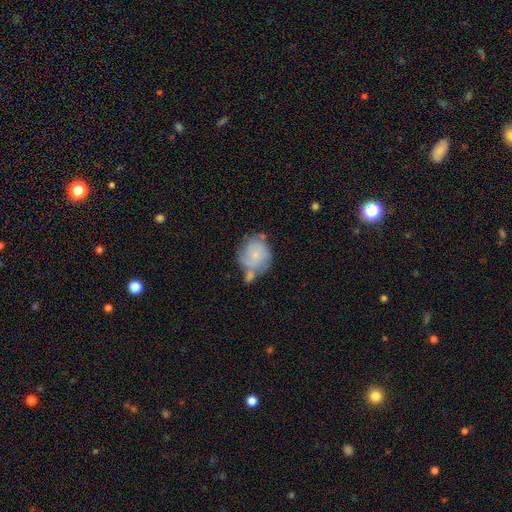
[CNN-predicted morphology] Smooth or featured? Predicted: smooth (p=0.63). How rounded? Predicted: round (p=0.71). Merging? Predicted: none (p=0.39).